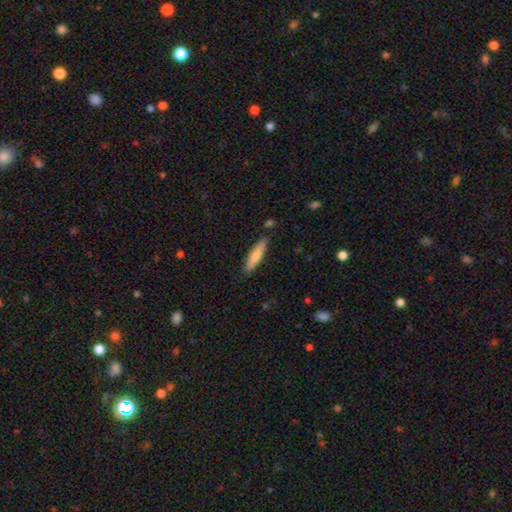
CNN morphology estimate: Overall: smooth (71%). How rounded: cigar-shaped (80%). Merging: none (85%).